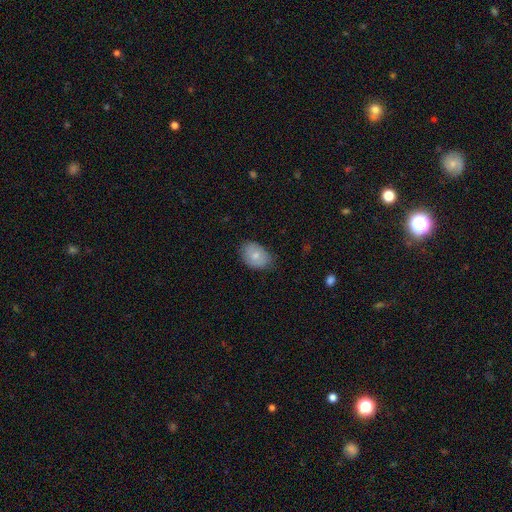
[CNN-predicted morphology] Smooth or featured? Predicted: smooth (p=0.77). How rounded? Predicted: in between (p=0.81). Merging? Predicted: none (p=0.74).